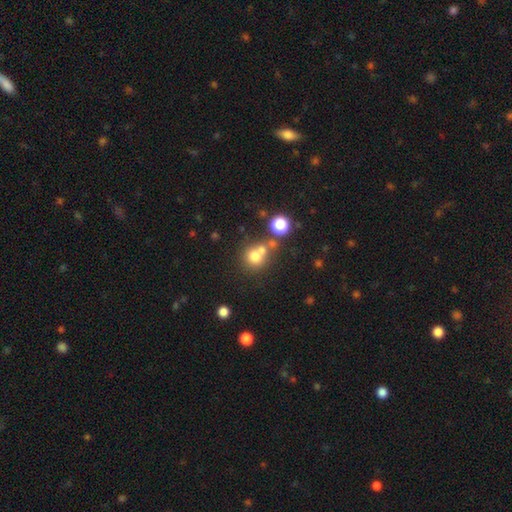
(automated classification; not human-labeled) smooth 71%, star or artifact 15%, featured or disk 14%. Down the decision tree: how rounded — round (85%); merging — none (46%).